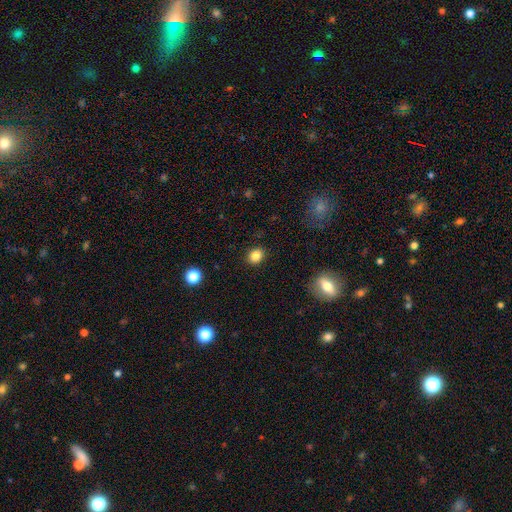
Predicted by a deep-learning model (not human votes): The model was most divided on "how rounded": round: 63%, in between: 36%, cigar-shaped: 1%. More confident: merging — none (89%); smooth or featured — smooth (84%).